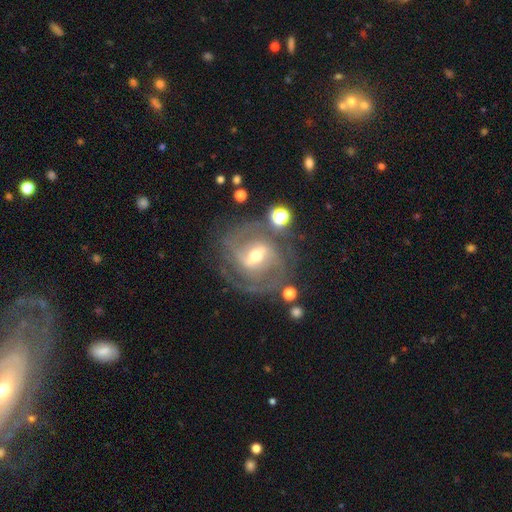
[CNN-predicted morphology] The model was most divided on "bar": weak: 46%, strong: 41%, no: 13%. Remaining: edge-on disk — no (96%); spiral arms — yes (94%); smooth or featured — featured or disk (86%); merging — none (70%); bulge size — moderate (62%); spiral winding — tight (48%); spiral arm count — 2 (48%).